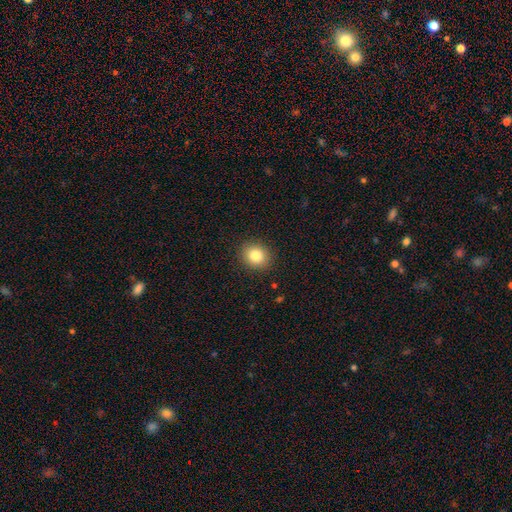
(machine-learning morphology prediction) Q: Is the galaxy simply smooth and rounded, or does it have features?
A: smooth — 82%.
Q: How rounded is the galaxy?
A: round — 73%.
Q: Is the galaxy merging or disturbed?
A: none — 90%.